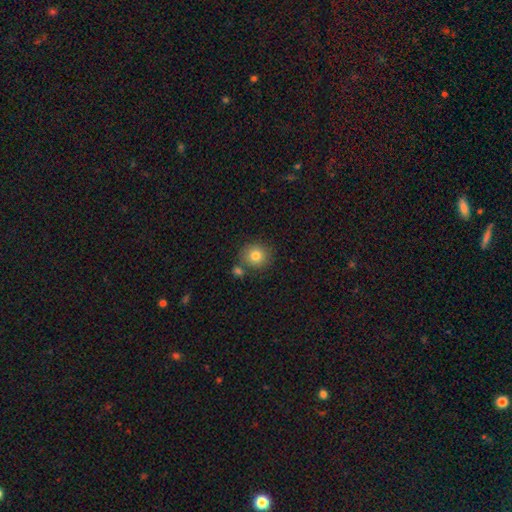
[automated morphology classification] Overall: smooth (81%). How rounded: round (87%). Merging: none (72%).